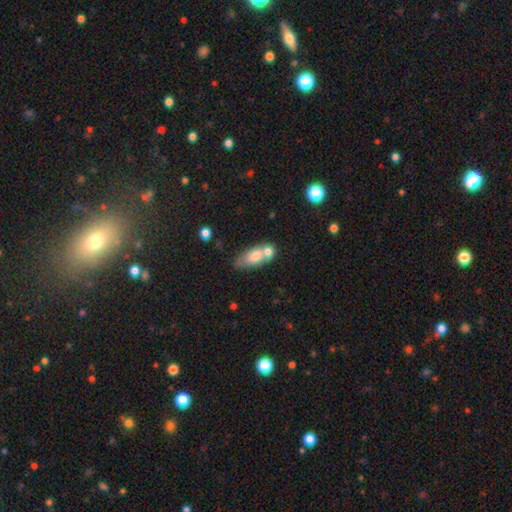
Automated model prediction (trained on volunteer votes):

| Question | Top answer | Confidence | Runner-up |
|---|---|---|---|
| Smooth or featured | smooth | 70% | featured or disk (22%) |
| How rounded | in between | 74% | cigar-shaped (17%) |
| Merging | merger | 49% | none (32%) |